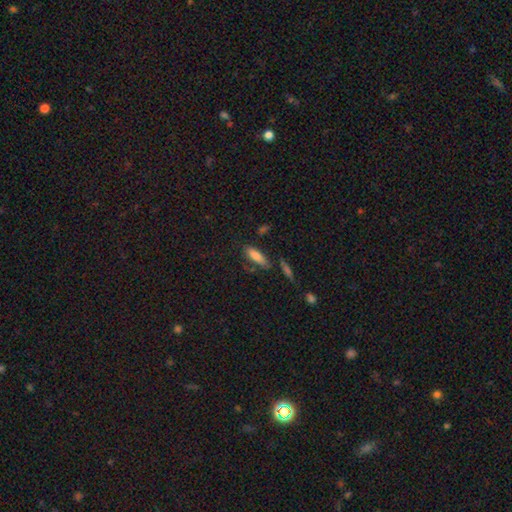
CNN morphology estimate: This is clearly a smooth galaxy (81%). How rounded: possibly in between (59%). Merging: likely none (67%).